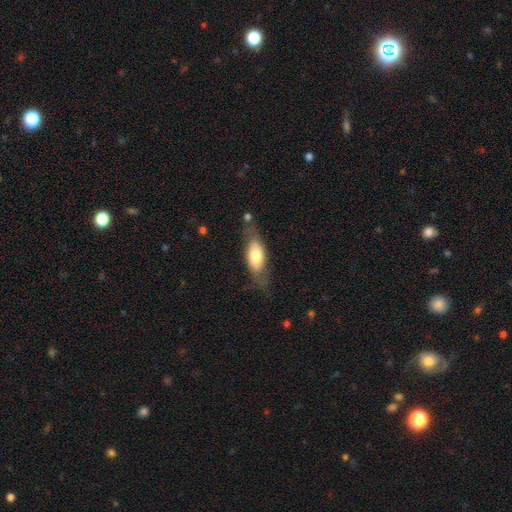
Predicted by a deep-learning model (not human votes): Smooth or featured: smooth — 58% (featured or disk — 35%)
How rounded: in between — 75% (cigar-shaped — 21%)
Merging: none — 62% (minor disturbance — 23%)